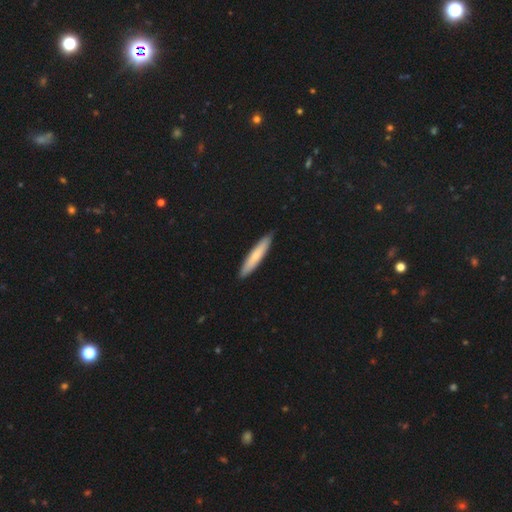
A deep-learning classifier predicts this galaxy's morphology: Smooth or featured: smooth — 71% (featured or disk — 24%)
How rounded: cigar-shaped — 91% (in between — 8%)
Merging: none — 90% (minor disturbance — 8%)